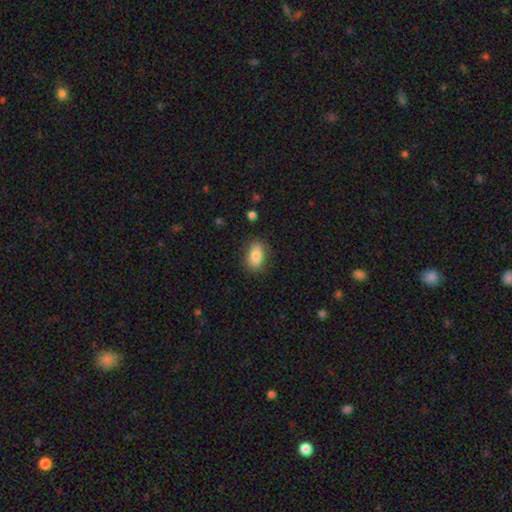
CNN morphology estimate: A smooth galaxy with no disk features (83%) that is in between round and cigar-shaped (88%). Merging: none (83%).